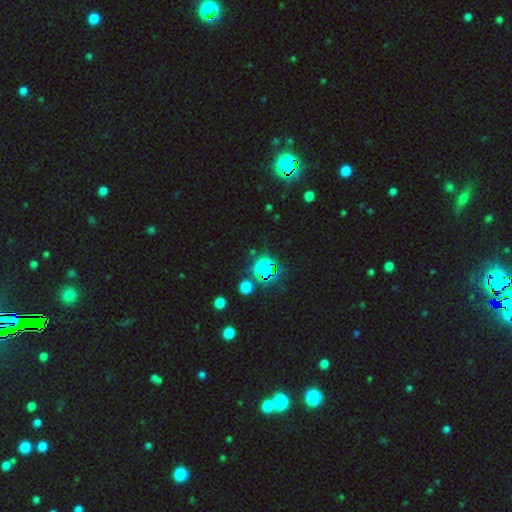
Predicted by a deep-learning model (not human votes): Smooth or featured? Predicted: star or artifact (p=0.75).